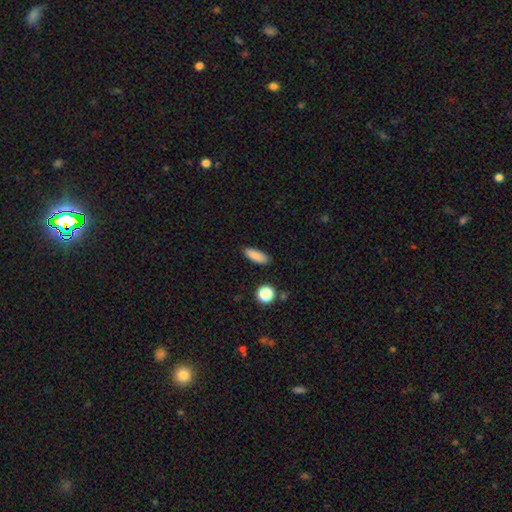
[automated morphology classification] smooth 85%, star or artifact 9%, featured or disk 6%. Down the decision tree: how rounded — in between (70%); merging — none (86%).